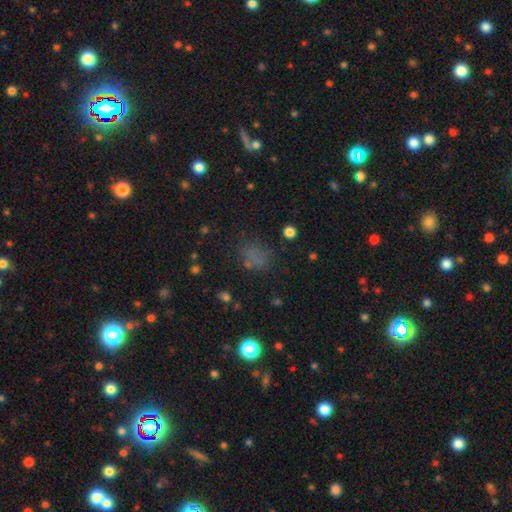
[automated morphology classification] This is likely a smooth galaxy (61%). How rounded: possibly round (53%). Merging: likely none (66%).